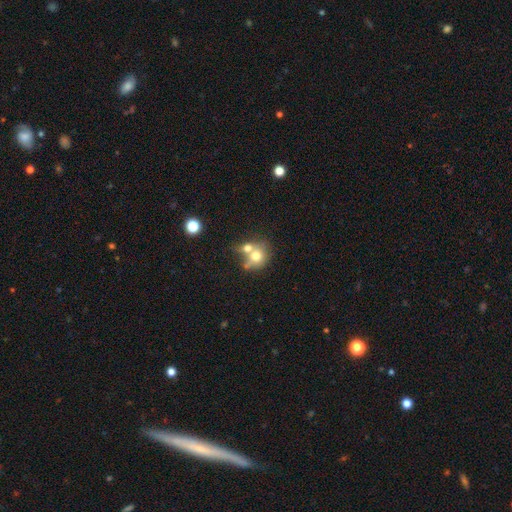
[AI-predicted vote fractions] smooth-or-featured: smooth: 68% | featured or disk: 21% | star or artifact: 11%
  how-rounded: round: 67% | in between: 32% | cigar-shaped: 1%
  merging: merger: 55% | none: 30% | minor disturbance: 9% | major disturbance: 6%